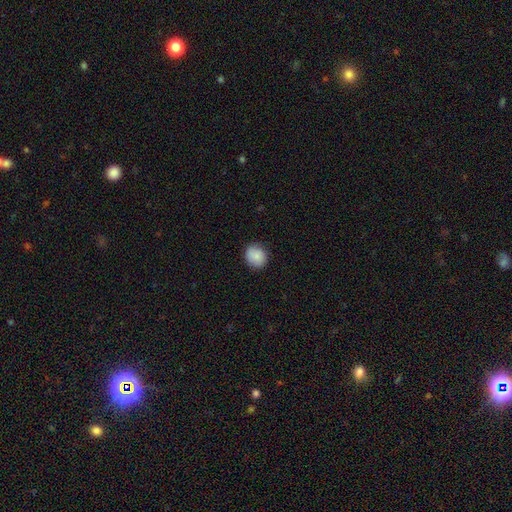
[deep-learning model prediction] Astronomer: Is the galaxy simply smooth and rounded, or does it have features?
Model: smooth — 86%.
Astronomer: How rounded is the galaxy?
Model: round — 75%.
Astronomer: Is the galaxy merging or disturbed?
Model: none — 84%.